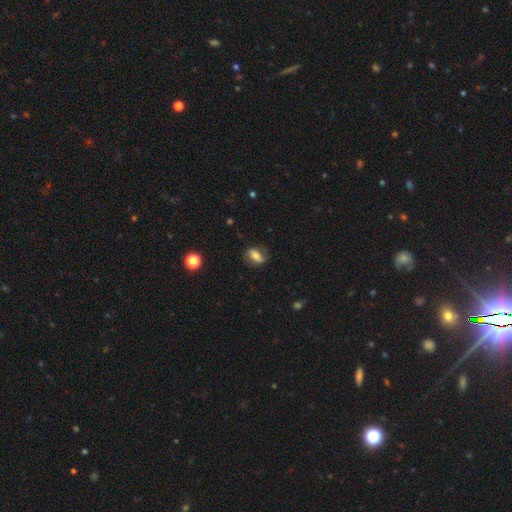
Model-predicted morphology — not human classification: This is possibly a smooth galaxy (52%). How rounded: likely in between (77%). Merging: likely none (68%).